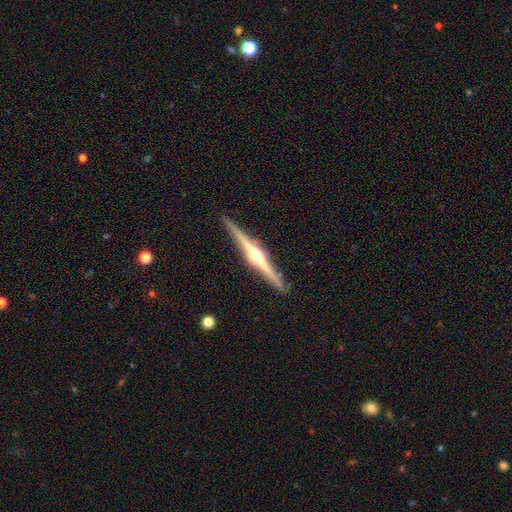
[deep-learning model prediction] Morphology: type=featured or disk (86%); edge-on=yes (99%); edge-on bulge=rounded (94%); merging=none (92%).